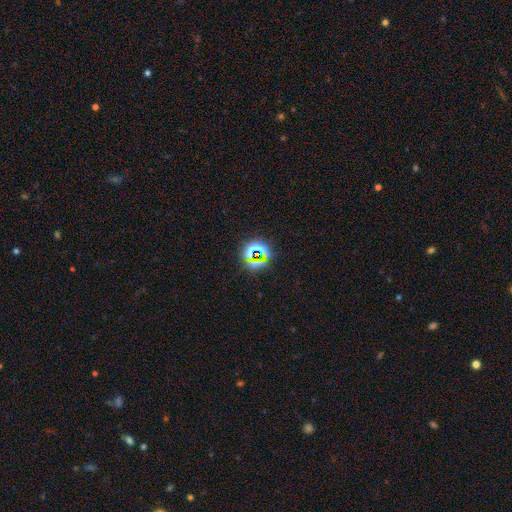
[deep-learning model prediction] Morphology: type=star or artifact (70%).